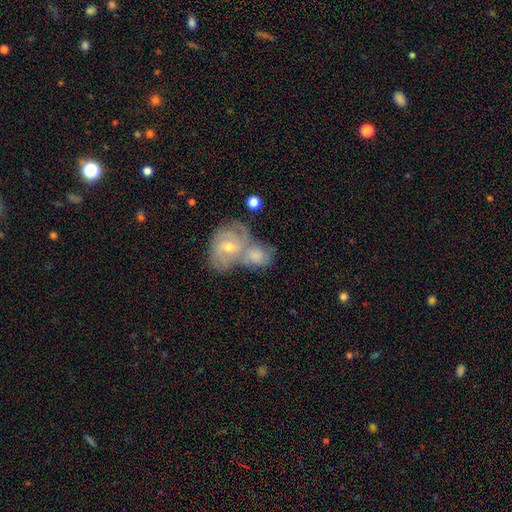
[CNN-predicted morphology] Smooth or featured: featured or disk — 56% (smooth — 36%)
Edge-on disk: no — 96% (yes — 4%)
Bar: no — 57% (weak — 36%)
Spiral arms: yes — 84% (no — 16%)
Bulge size: moderate — 48% (small — 43%)
Merging: merger — 61% (none — 23%)